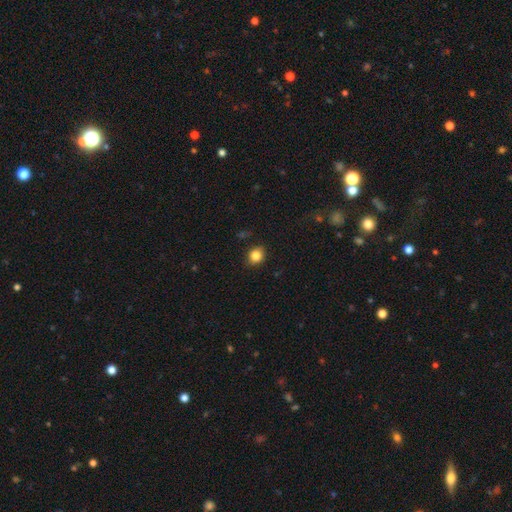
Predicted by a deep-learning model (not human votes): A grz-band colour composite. It shows a smooth galaxy with no disk features (84%) that is round (69%). Merging: none (84%).